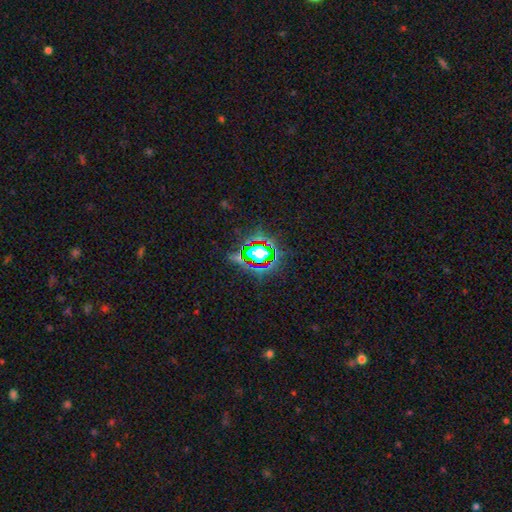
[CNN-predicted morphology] star or artifact 80%, smooth 12%, featured or disk 8%.